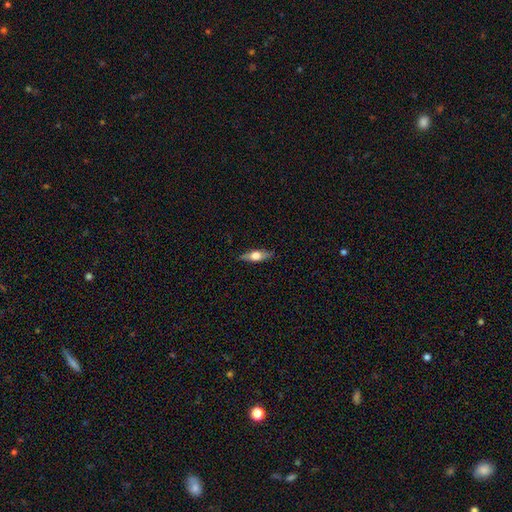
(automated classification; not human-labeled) smooth_or_featured: featured or disk (p=0.50) [alt: smooth p=0.44]
merging: none (p=0.85) [alt: minor disturbance p=0.12]